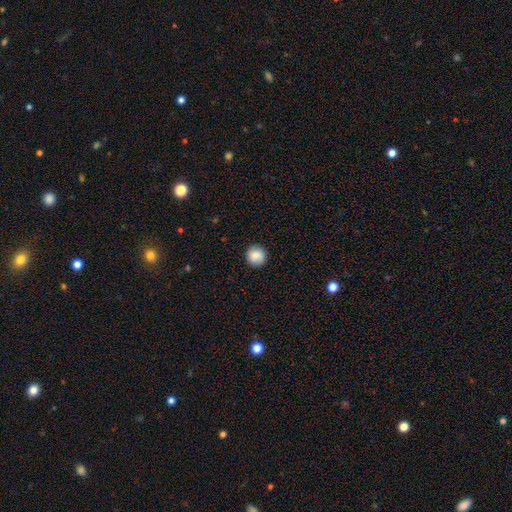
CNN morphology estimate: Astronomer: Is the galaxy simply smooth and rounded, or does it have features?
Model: smooth — 86%.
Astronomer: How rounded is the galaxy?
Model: round — 94%.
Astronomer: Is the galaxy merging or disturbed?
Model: none — 90%.